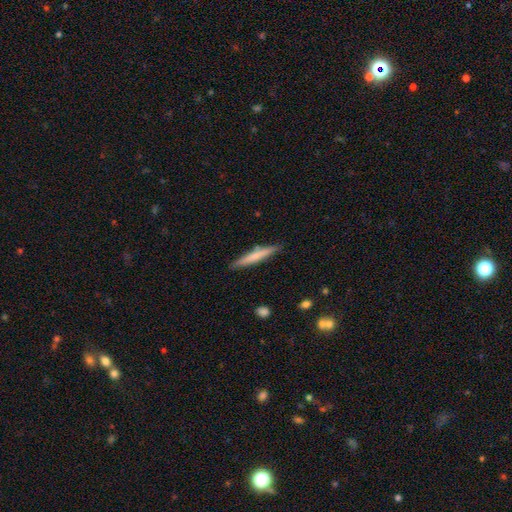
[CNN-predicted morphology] type=smooth (59%); roundness=cigar-shaped (94%); merging=none (87%).